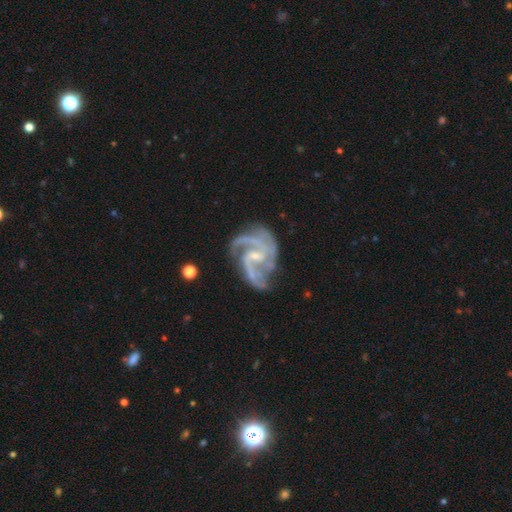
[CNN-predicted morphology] Smooth or featured: featured or disk — 92% (star or artifact — 5%)
Edge-on disk: no — 98% (yes — 2%)
Bar: weak — 50% (no — 31%)
Spiral arms: yes — 98% (no — 2%)
Spiral winding: medium — 57% (tight — 29%)
Spiral arm count: 2 — 41% (3 — 35%)
Bulge size: small — 66% (moderate — 25%)
Merging: none — 58% (minor disturbance — 23%)